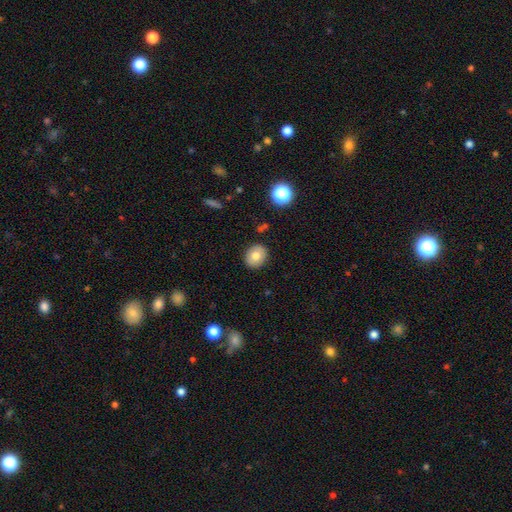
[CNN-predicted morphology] The model was most divided on "how rounded": round: 64%, in between: 35%, cigar-shaped: 1%. More confident: merging — none (89%); smooth or featured — smooth (76%).